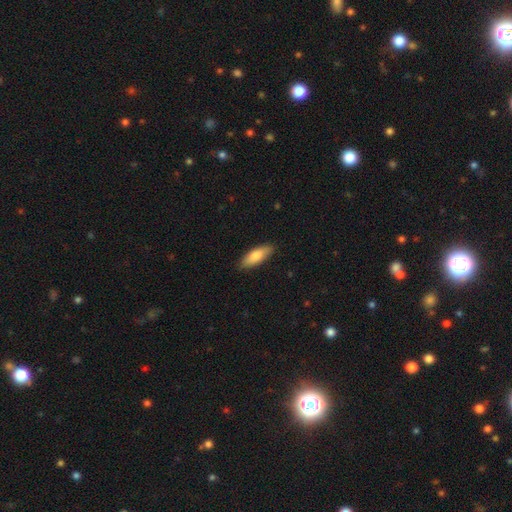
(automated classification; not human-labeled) smooth-or-featured: smooth: 78% | featured or disk: 16% | star or artifact: 5%
  how-rounded: in between: 63% | cigar-shaped: 35% | round: 2%
  merging: none: 87% | minor disturbance: 10% | major disturbance: 2% | merger: 1%